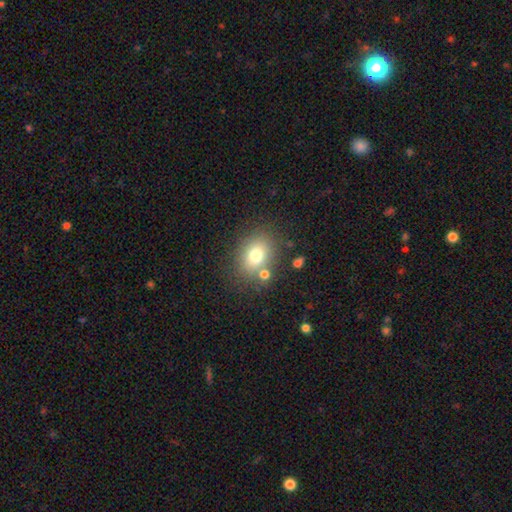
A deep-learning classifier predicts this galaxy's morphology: Overall: smooth (74%). How rounded: in between (57%; round 42%). Merging: none (73%).